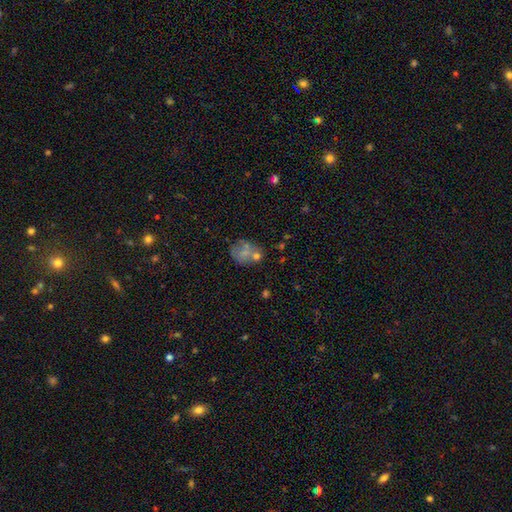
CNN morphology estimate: Overall: smooth (38%; featured or disk 32%). Merging: none (54%; merger 17%).